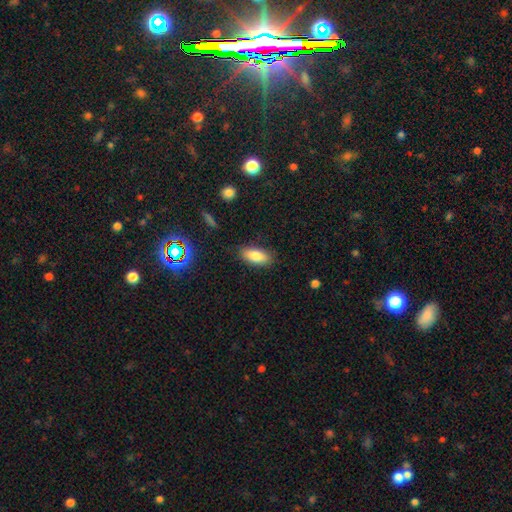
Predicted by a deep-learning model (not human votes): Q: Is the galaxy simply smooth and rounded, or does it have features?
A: smooth — 80%.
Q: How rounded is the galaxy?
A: in between — 85%.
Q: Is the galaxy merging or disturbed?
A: none — 85%.